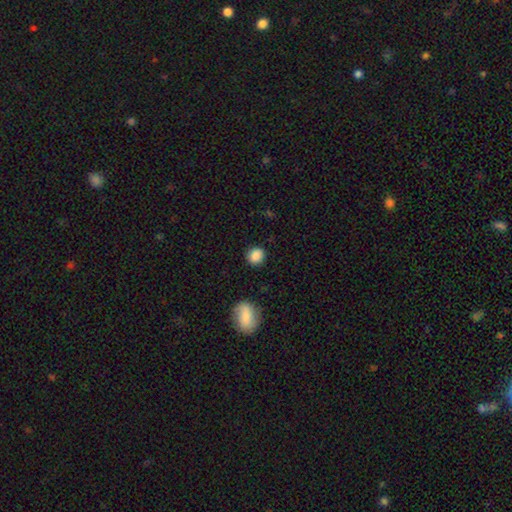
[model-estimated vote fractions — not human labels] A smooth galaxy with no disk features (87%) that is round (83%). Merging: none (87%).